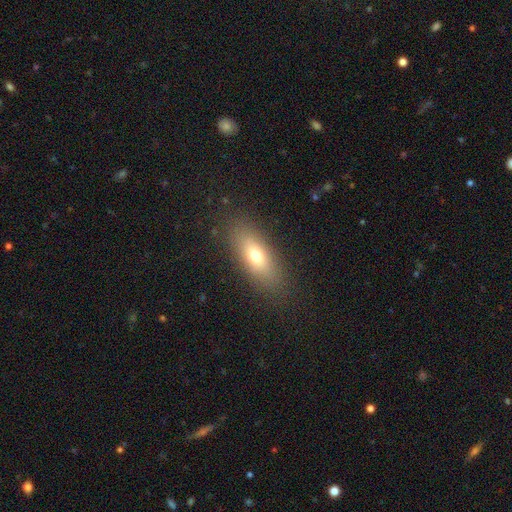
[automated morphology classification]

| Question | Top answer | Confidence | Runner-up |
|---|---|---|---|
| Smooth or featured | smooth | 68% | featured or disk (22%) |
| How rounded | in between | 71% | cigar-shaped (24%) |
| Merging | none | 85% | minor disturbance (10%) |